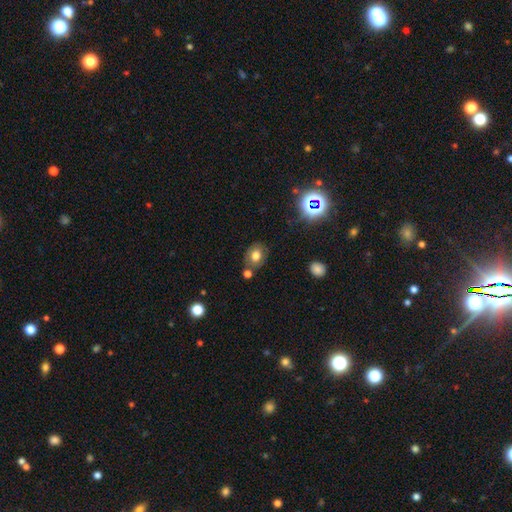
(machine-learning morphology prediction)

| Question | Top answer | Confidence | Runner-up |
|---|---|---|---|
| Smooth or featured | smooth | 66% | featured or disk (22%) |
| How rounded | in between | 58% | round (41%) |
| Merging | none | 67% | minor disturbance (16%) |